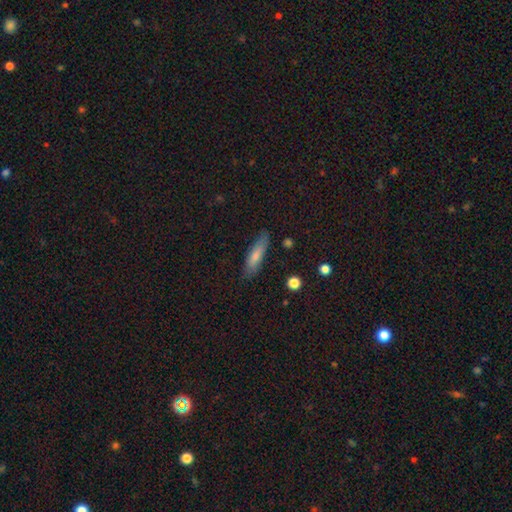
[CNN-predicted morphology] smooth-or-featured: smooth: 74% | featured or disk: 19% | star or artifact: 7%
  how-rounded: cigar-shaped: 71% | in between: 27% | round: 2%
  merging: none: 82% | minor disturbance: 14% | major disturbance: 3% | merger: 2%